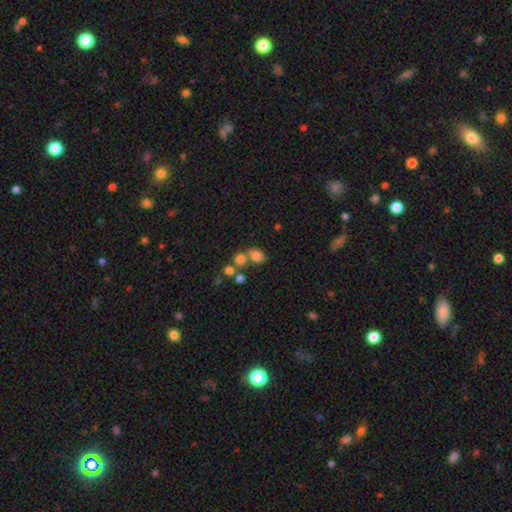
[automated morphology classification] Smooth or featured: smooth — 76% (star or artifact — 14%)
How rounded: in between — 52% (round — 46%)
Merging: none — 48% (merger — 34%)